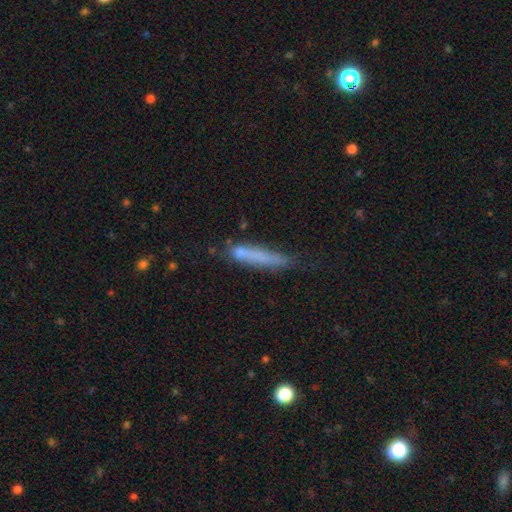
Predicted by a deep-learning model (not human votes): Smooth or featured?
  - smooth: 66% *
  - featured or disk: 25%
  - star or artifact: 9%
How rounded?
  - cigar-shaped: 92% *
  - in between: 6%
  - round: 2%
Merging?
  - none: 59% *
  - minor disturbance: 26%
  - major disturbance: 10%
  - merger: 5%